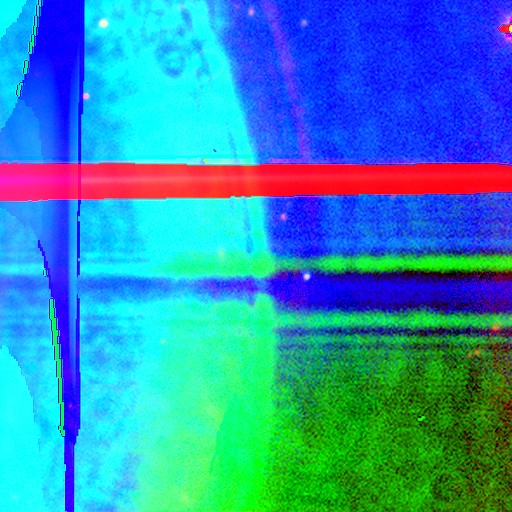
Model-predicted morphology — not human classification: Overall: star or artifact (86%).